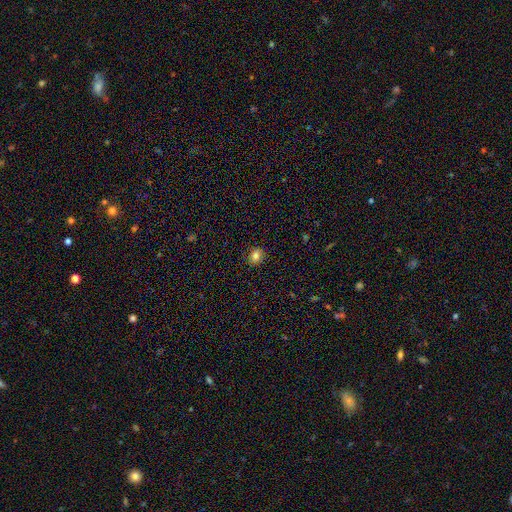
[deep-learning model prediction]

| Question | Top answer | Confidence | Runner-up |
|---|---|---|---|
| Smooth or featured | smooth | 83% | star or artifact (11%) |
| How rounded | round | 53% | in between (46%) |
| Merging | none | 88% | minor disturbance (8%) |